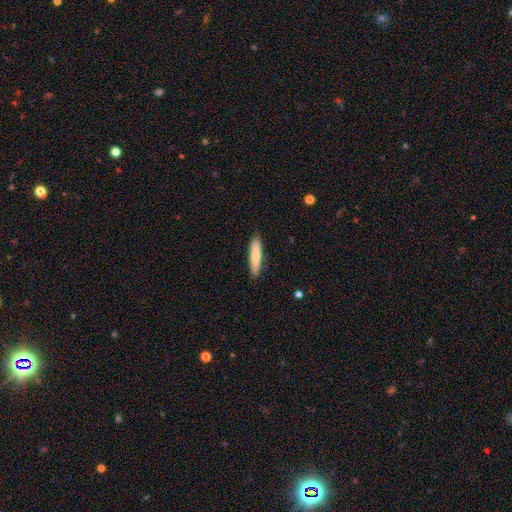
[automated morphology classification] A smooth galaxy with no disk features (77%) that is cigar-shaped (83%).

Vote fractions:
- Smooth or featured? smooth: 77% / featured or disk: 18% / star or artifact: 6%
- How rounded? cigar-shaped: 83% / in between: 16% / round: 1%
- Merging? none: 88% / minor disturbance: 9% / major disturbance: 2% / merger: 1%